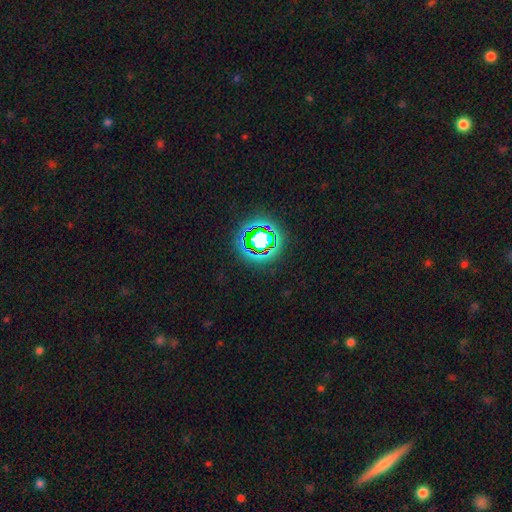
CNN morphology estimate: Smooth or featured: star or artifact — 76% (smooth — 17%)